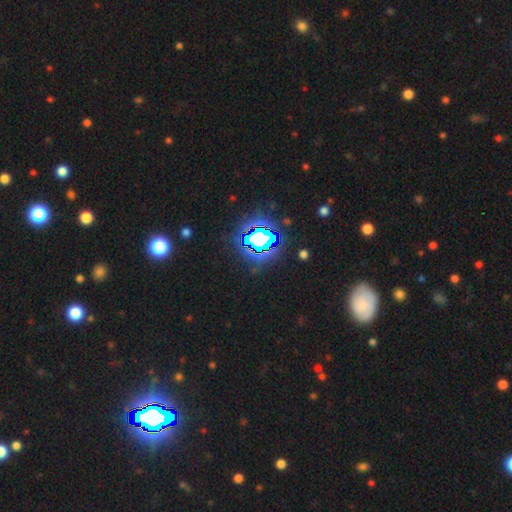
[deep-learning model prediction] Smooth or featured? star or artifact (81%)